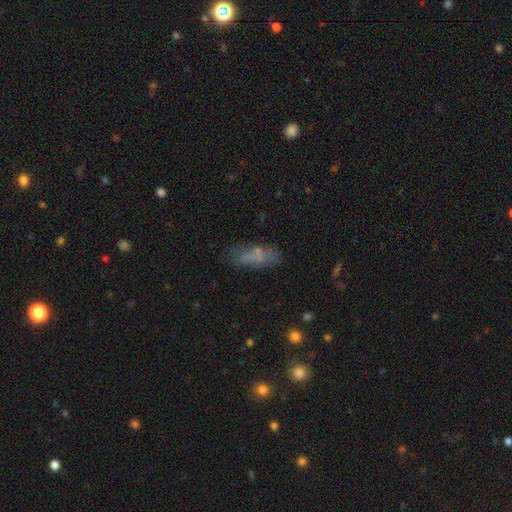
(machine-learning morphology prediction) smooth_or_featured: smooth (p=0.64) [alt: featured or disk p=0.23]
how_rounded: in between (p=0.65) [alt: cigar-shaped p=0.32]
merging: none (p=0.59) [alt: minor disturbance p=0.22]